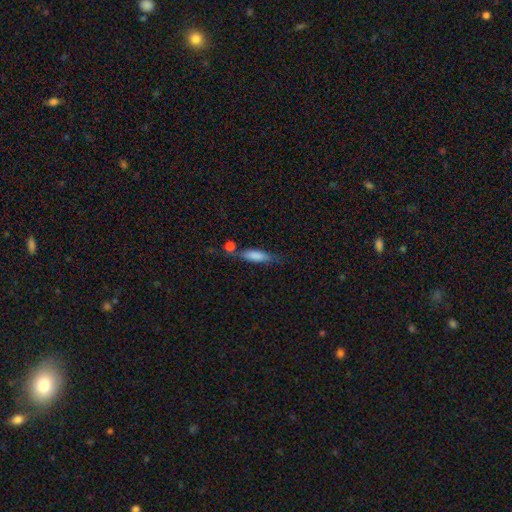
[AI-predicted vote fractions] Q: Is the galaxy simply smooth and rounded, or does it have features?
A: smooth — 79%.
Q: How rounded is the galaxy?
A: cigar-shaped — 56%.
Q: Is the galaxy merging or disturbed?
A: none — 59%.